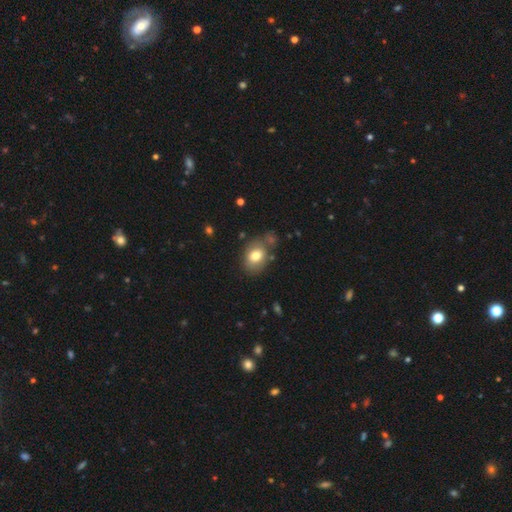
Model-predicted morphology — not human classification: Smooth or featured? Predicted: smooth (p=0.76). How rounded? Predicted: in between (p=0.68). Merging? Predicted: none (p=0.64).